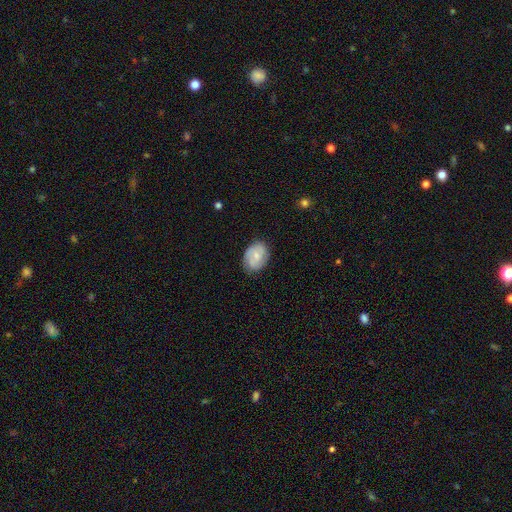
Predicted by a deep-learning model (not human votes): The model was most divided on "smooth or featured": smooth: 53%, featured or disk: 40%, star or artifact: 7%. More confident: merging — none (75%); how rounded — in between (74%).